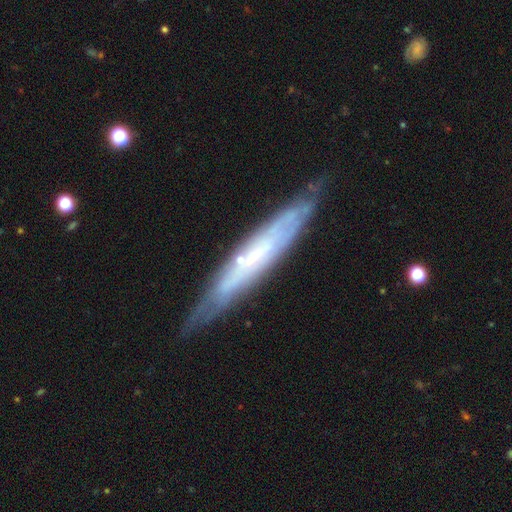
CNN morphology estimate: smooth-or-featured: featured or disk: 70% | smooth: 23% | star or artifact: 7%
  disk-edge-on: yes: 62% | no: 38%
  merging: none: 76% | minor disturbance: 18% | major disturbance: 4% | merger: 2%